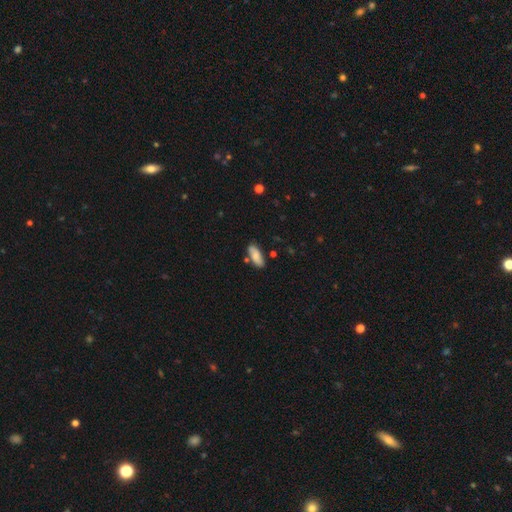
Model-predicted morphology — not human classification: Smooth or featured?
  - smooth: 78% *
  - featured or disk: 16%
  - star or artifact: 7%
How rounded?
  - in between: 82% *
  - cigar-shaped: 16%
  - round: 2%
Merging?
  - none: 78% *
  - minor disturbance: 14%
  - merger: 6%
  - major disturbance: 3%